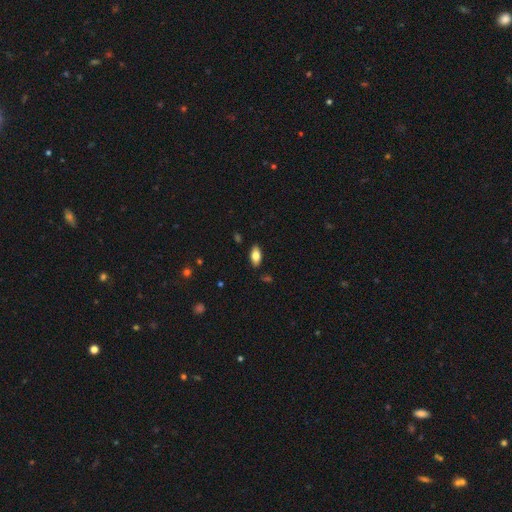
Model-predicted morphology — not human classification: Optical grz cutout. It shows a smooth galaxy with no disk features (75%) that is in between round and cigar-shaped (88%). Merging: none (87%).